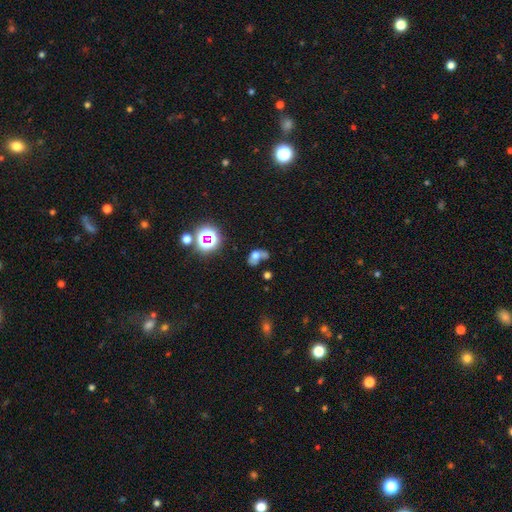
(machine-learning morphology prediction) Overall: smooth (53%; featured or disk 28%). How rounded: in between (70%). Merging: merger (33%; major disturbance 25%).